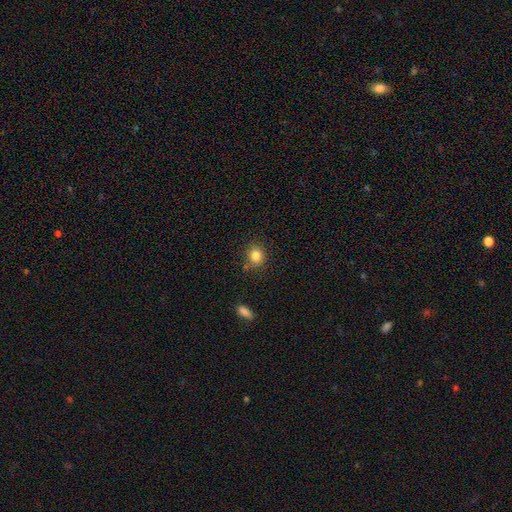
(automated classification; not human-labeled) smooth 84%, star or artifact 11%, featured or disk 6%. Down the decision tree: how rounded — round (78%); merging — none (82%).